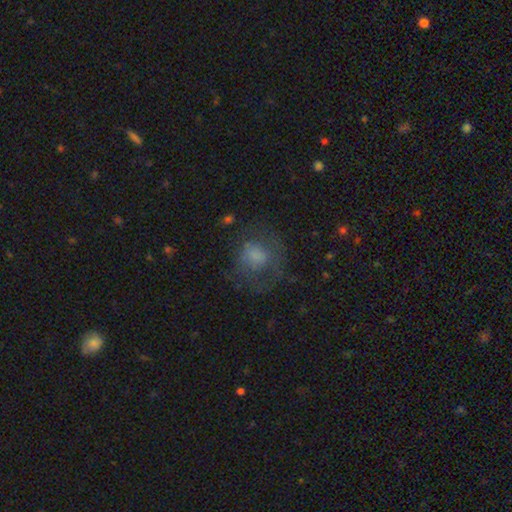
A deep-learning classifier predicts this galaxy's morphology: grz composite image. It shows a smooth galaxy with no disk features (58%) that is round (70%). Merging: none (49%).